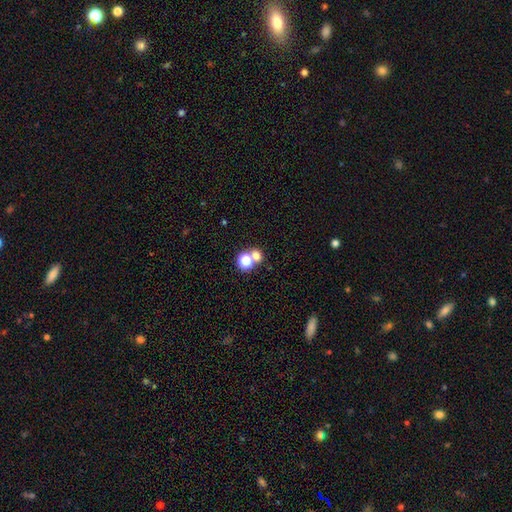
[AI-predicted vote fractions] This is likely a smooth galaxy (65%). How rounded: likely round (73%). Merging: possibly none (54%).